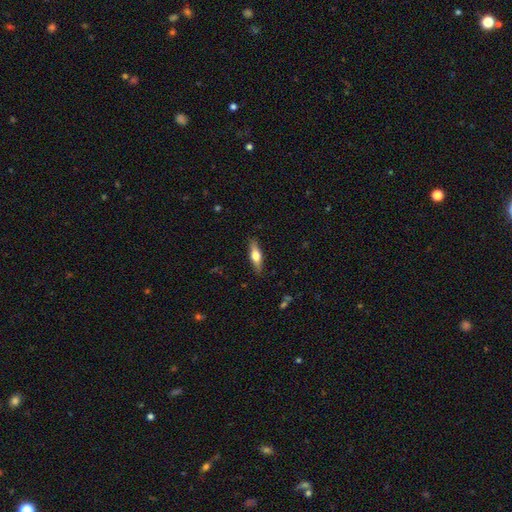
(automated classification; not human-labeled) Q: Smooth or featured?
A: smooth (49%); runner-up: featured or disk (45%)
Q: Merging?
A: none (87%); runner-up: minor disturbance (10%)